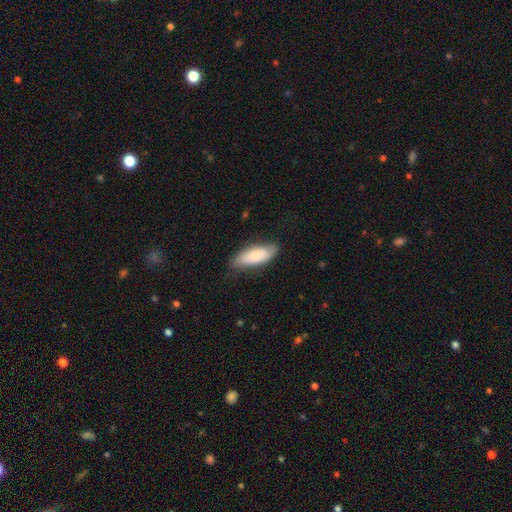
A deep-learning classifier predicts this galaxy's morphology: type=smooth (78%); roundness=in between (69%); merging=none (73%).